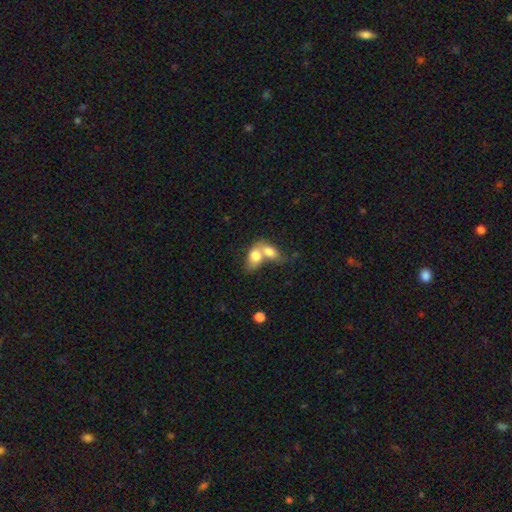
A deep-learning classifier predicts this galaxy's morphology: Smooth or featured?
  - smooth: 75% *
  - featured or disk: 18%
  - star or artifact: 7%
How rounded?
  - in between: 79% *
  - round: 18%
  - cigar-shaped: 3%
Merging?
  - merger: 78% *
  - none: 12%
  - minor disturbance: 5%
  - major disturbance: 4%